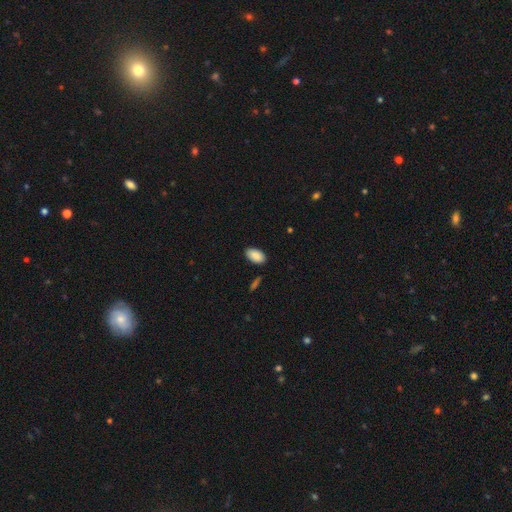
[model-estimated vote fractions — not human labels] Overall: smooth (89%). How rounded: in between (95%). Merging: none (85%).